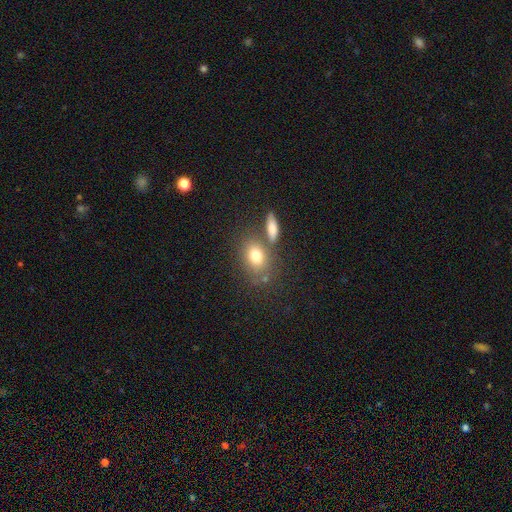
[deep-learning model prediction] Q: Smooth or featured?
A: smooth (77%); runner-up: featured or disk (13%)
Q: How rounded?
A: in between (69%); runner-up: round (29%)
Q: Merging?
A: none (61%); runner-up: merger (20%)